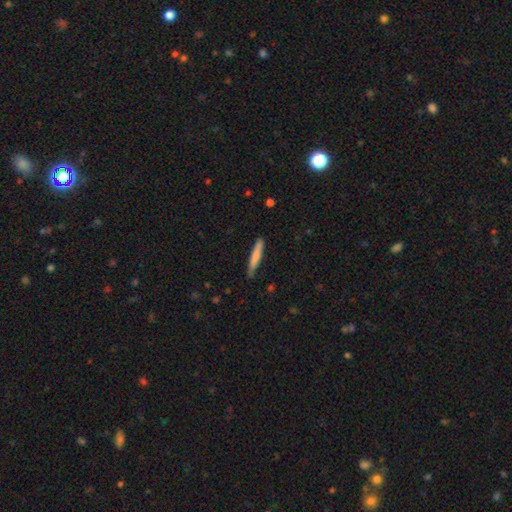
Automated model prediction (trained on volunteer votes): Morphology: type=smooth (74%); roundness=cigar-shaped (95%); merging=none (84%).